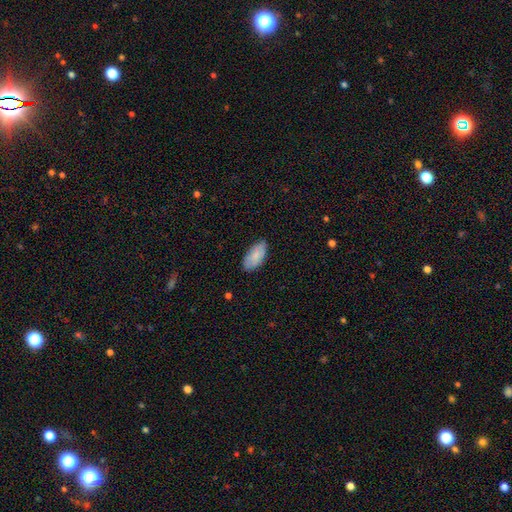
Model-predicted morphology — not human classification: smooth-or-featured: smooth: 82% | featured or disk: 12% | star or artifact: 6%
  how-rounded: in between: 93% | cigar-shaped: 4% | round: 2%
  merging: none: 80% | minor disturbance: 17% | major disturbance: 3% | merger: 1%